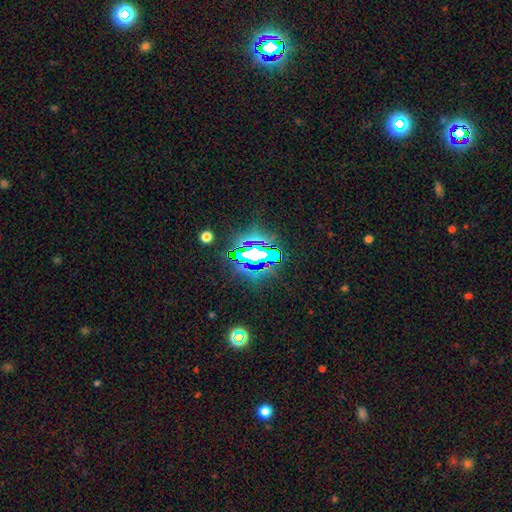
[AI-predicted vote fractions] This appears to be a star or artifact, not a galaxy (69%).